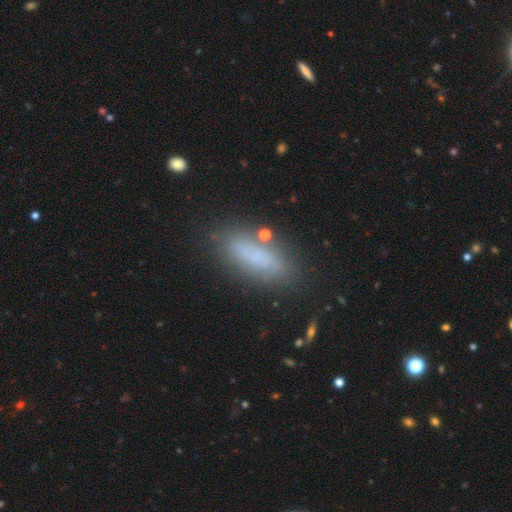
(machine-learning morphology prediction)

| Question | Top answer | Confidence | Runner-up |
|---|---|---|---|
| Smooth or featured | smooth | 71% | featured or disk (19%) |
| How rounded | in between | 60% | cigar-shaped (37%) |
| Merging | none | 77% | minor disturbance (15%) |